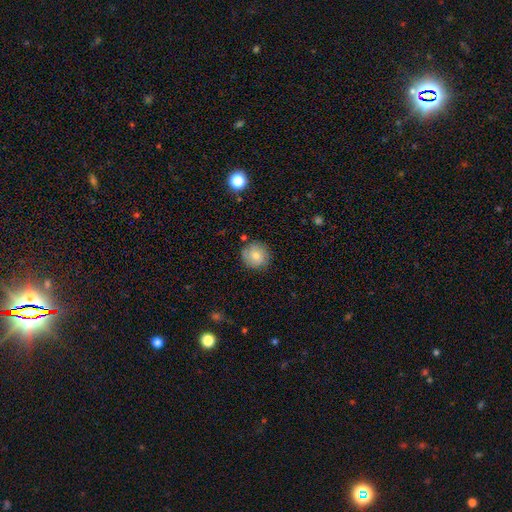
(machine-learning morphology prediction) This appears to be a smooth galaxy with no disk features (66%) that is round (92%). Merging: none (83%).